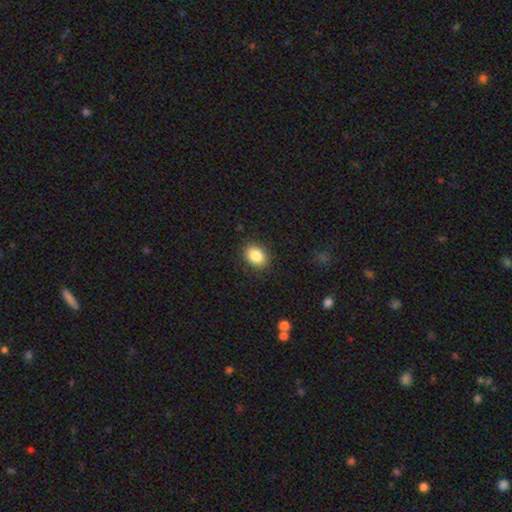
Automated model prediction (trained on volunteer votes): This is clearly a smooth galaxy (87%). How rounded: likely in between (71%). Merging: clearly none (88%).